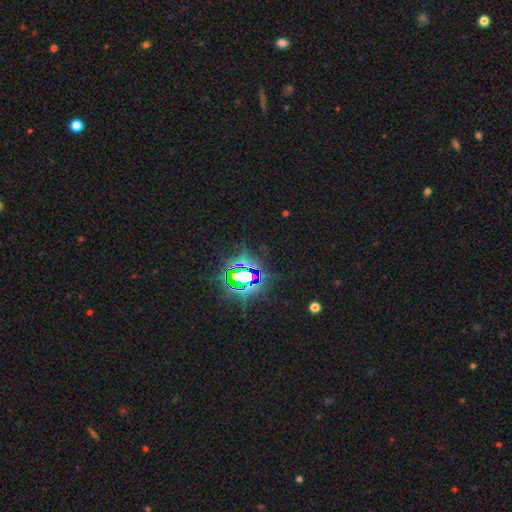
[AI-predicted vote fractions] Smooth or featured? Predicted: star or artifact (p=0.83).